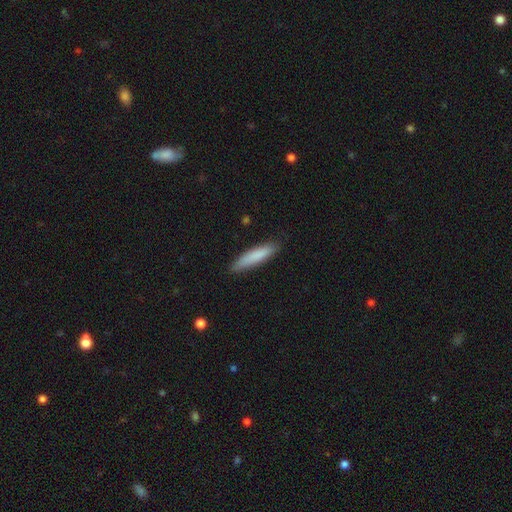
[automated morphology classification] A smooth galaxy with no disk features (82%) that is cigar-shaped (85%). Merging: none (85%).